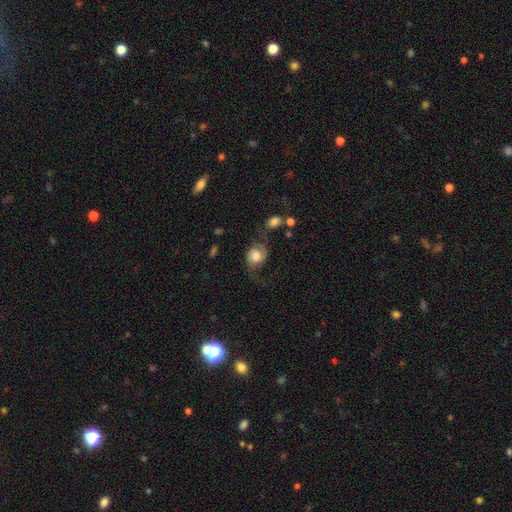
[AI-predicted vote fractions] featured or disk 50%, smooth 42%, star or artifact 8%. Down the decision tree: merging — none (39%).